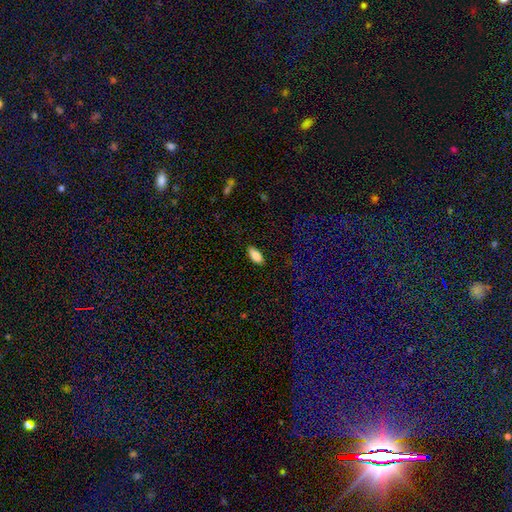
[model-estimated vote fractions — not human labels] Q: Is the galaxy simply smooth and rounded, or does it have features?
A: smooth — 86%.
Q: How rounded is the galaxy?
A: in between — 88%.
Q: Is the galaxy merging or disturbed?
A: none — 87%.